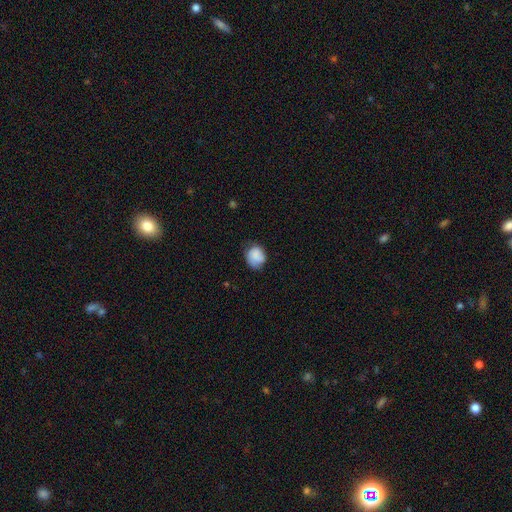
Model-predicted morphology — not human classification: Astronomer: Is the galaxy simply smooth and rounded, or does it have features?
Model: smooth — 80%.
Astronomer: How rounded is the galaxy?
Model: round — 68%.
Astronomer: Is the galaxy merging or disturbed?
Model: none — 60%.